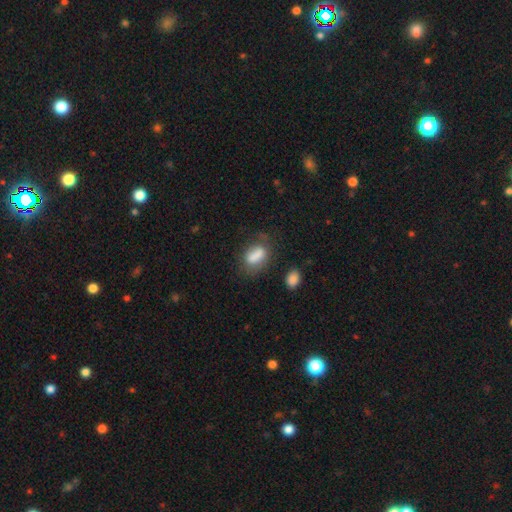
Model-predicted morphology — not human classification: A smooth galaxy with no disk features (77%) that is in between round and cigar-shaped (80%). Merging: none (51%).